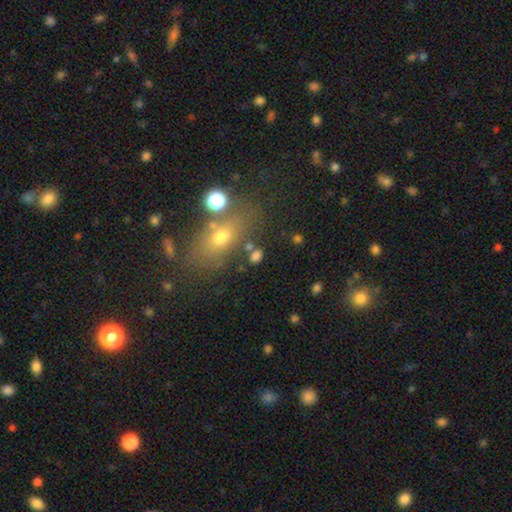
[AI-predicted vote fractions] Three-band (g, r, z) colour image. It shows a smooth galaxy with no disk features (73%) that is in between round and cigar-shaped (70%). Merging: none (69%).